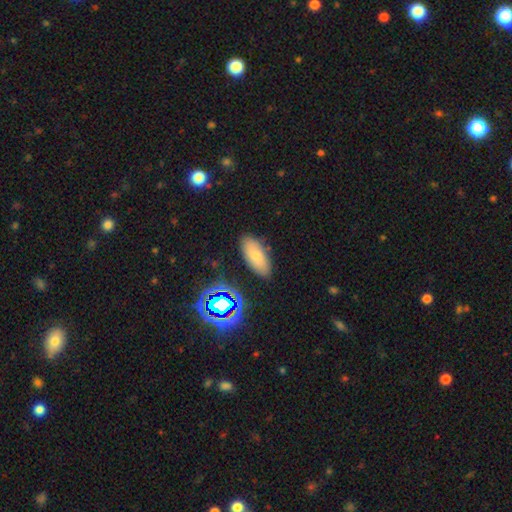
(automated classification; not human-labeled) Smooth or featured? smooth (70%)
How rounded? in between (88%)
Merging? none (83%)